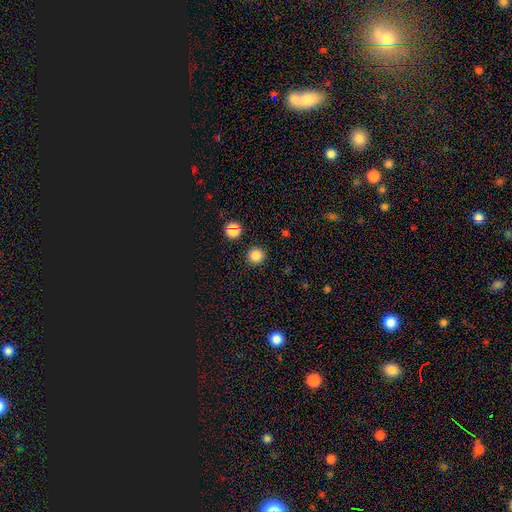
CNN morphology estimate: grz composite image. It shows a smooth galaxy with no disk features (85%) that is round (94%). Merging: none (91%).